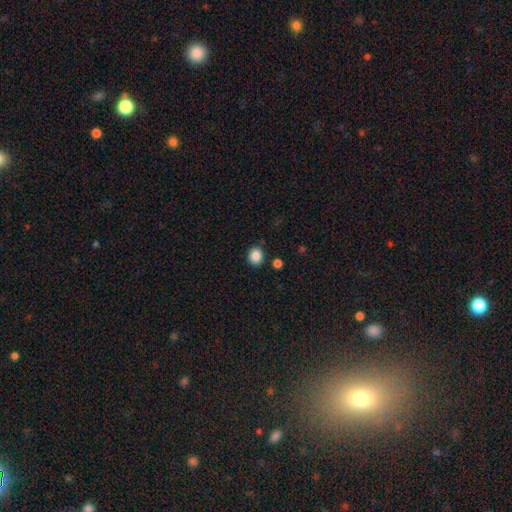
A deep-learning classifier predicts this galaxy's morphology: Q: Smooth or featured?
A: smooth (86%); runner-up: star or artifact (10%)
Q: How rounded?
A: round (77%); runner-up: in between (22%)
Q: Merging?
A: none (86%); runner-up: minor disturbance (8%)